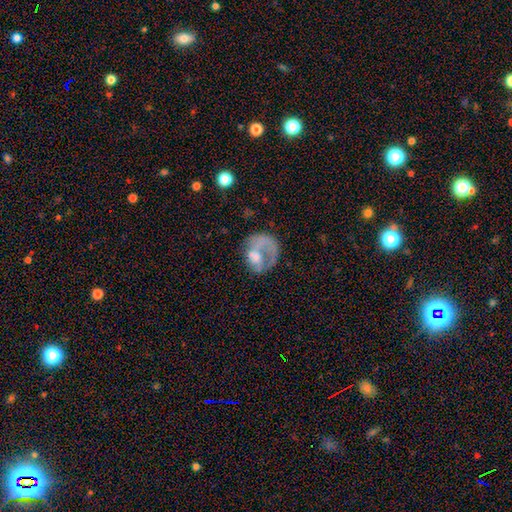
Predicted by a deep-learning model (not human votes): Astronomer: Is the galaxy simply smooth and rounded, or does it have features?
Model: featured or disk — 52% (runner-up: smooth, 37%).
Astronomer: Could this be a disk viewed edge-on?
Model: no — 97%.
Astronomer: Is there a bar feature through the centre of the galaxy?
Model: no — 85%.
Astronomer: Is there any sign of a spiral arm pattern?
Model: no — 64%.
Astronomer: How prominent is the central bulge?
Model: moderate — 35% (runner-up: none, 33%).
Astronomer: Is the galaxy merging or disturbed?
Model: major disturbance — 38% (runner-up: none, 35%).